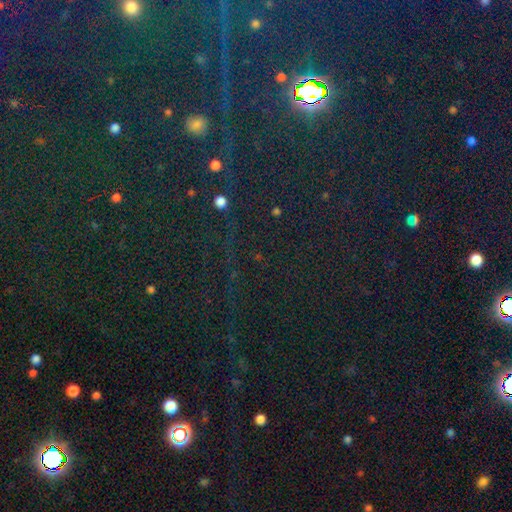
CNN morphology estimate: Smooth or featured? Predicted: star or artifact (p=0.83).